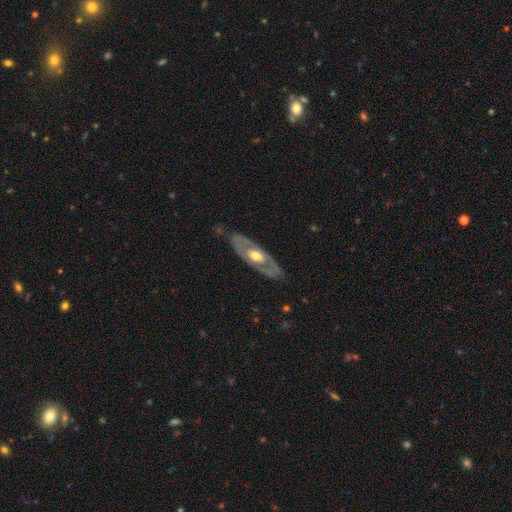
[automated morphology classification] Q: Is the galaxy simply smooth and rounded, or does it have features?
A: featured or disk — 70%.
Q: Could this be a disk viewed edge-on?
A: no — 79%.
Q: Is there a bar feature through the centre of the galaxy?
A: no — 75%.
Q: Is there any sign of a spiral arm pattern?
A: no — 68%.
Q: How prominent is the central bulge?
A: moderate — 69%.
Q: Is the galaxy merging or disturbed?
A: none — 79%.